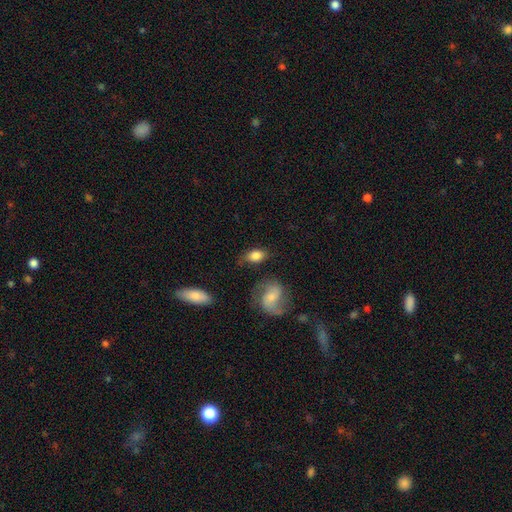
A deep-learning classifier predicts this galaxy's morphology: This is likely a smooth galaxy (76%). How rounded: clearly in between (85%). Merging: likely none (68%).